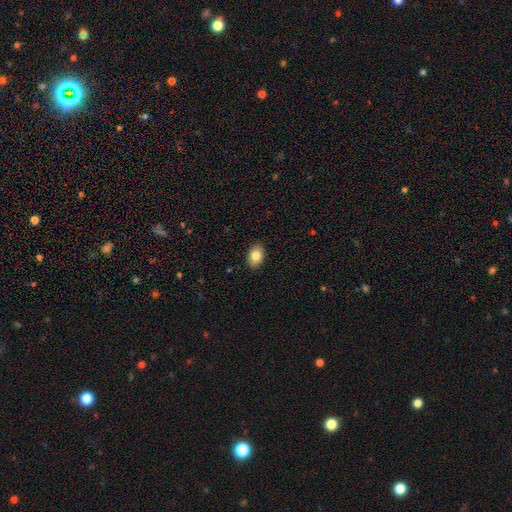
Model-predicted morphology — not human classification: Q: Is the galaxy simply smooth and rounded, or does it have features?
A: smooth — 83%.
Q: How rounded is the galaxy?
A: in between — 84%.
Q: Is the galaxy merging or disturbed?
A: none — 89%.